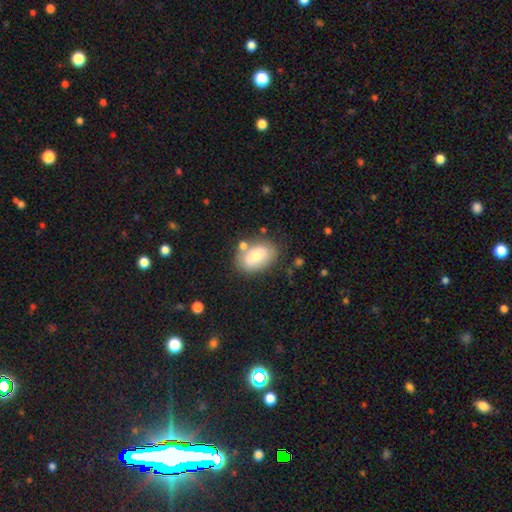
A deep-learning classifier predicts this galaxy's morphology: smooth_or_featured: smooth (p=0.69) [alt: featured or disk p=0.24]
how_rounded: in between (p=0.85) [alt: round p=0.14]
merging: none (p=0.68) [alt: minor disturbance p=0.17]